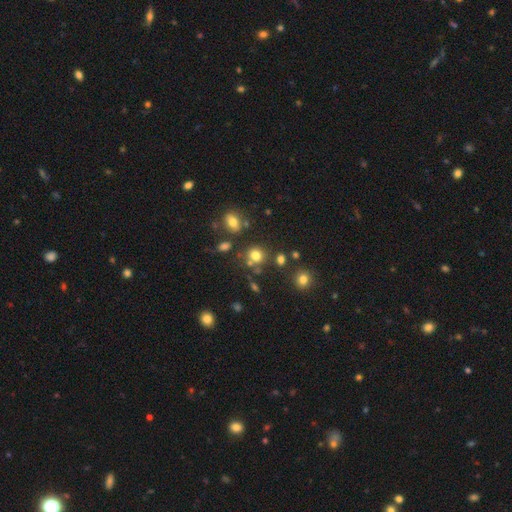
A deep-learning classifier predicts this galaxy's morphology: This appears to be a smooth galaxy with no disk features (74%) that is round (80%). Merging: none (67%).